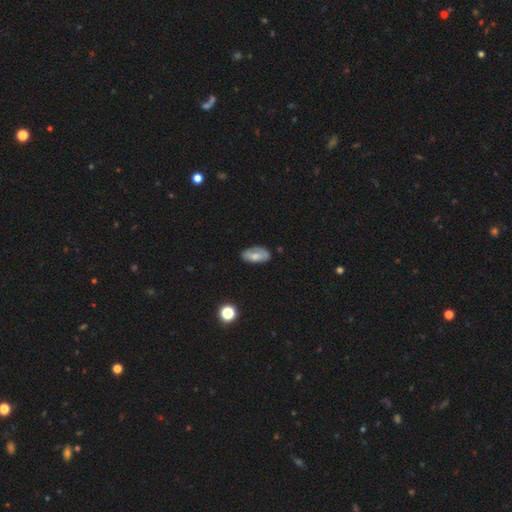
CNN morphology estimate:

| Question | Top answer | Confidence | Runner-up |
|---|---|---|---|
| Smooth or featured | smooth | 60% | featured or disk (32%) |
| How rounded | in between | 92% | round (4%) |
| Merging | none | 72% | minor disturbance (21%) |